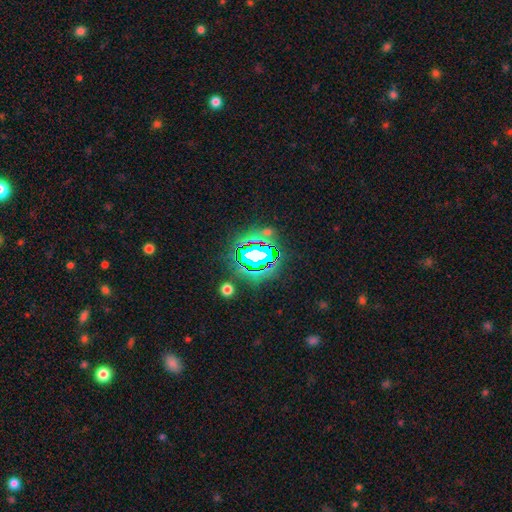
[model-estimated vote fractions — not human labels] Smooth or featured?
  - star or artifact: 69% *
  - smooth: 18%
  - featured or disk: 13%